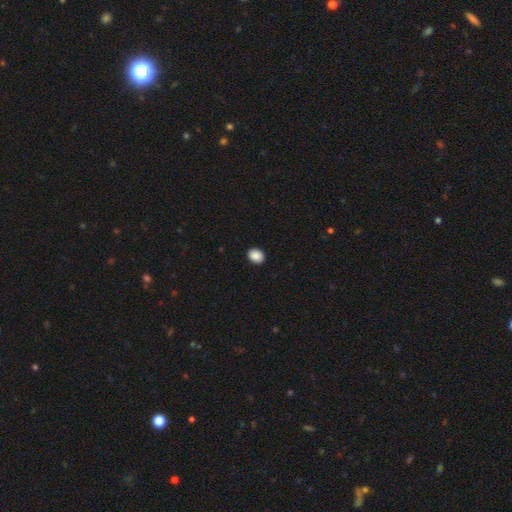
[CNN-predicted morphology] A smooth galaxy with no disk features (89%) that is round (52%).

Vote fractions:
- Smooth or featured? smooth: 89% / star or artifact: 8% / featured or disk: 3%
- How rounded? round: 52% / in between: 47% / cigar-shaped: 1%
- Merging? none: 92% / minor disturbance: 6% / major disturbance: 2% / merger: 1%